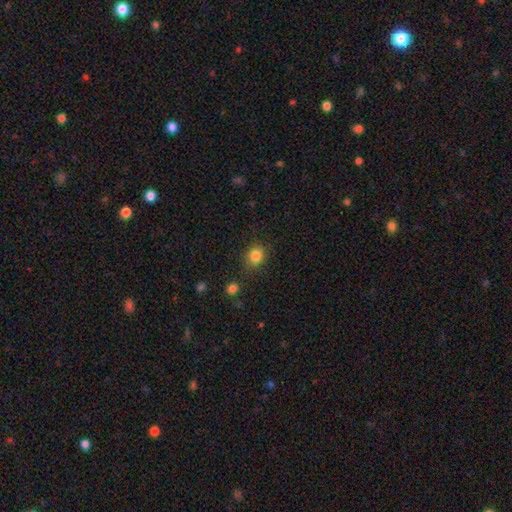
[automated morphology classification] smooth 84%, star or artifact 11%, featured or disk 5%. Down the decision tree: how rounded — round (63%); merging — none (81%).